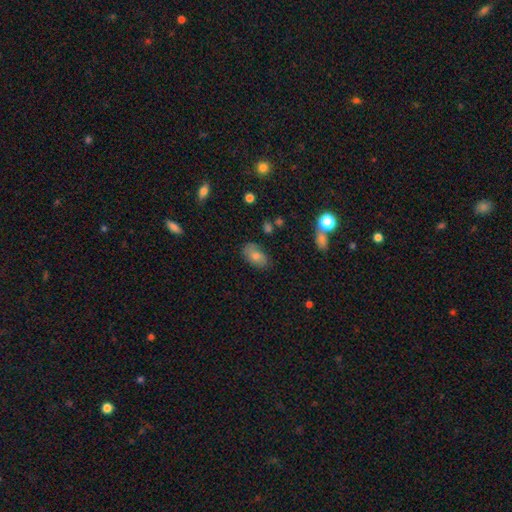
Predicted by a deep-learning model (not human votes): smooth_or_featured: smooth (p=0.75) [alt: featured or disk p=0.16]
how_rounded: in between (p=0.91) [alt: round p=0.07]
merging: none (p=0.72) [alt: minor disturbance p=0.20]